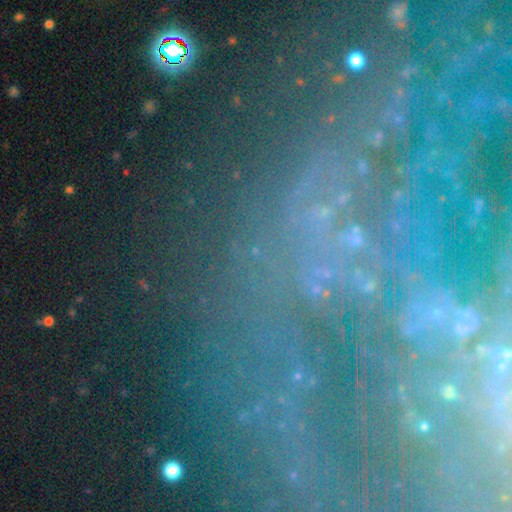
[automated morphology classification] A star or artifact, not a galaxy (48%).